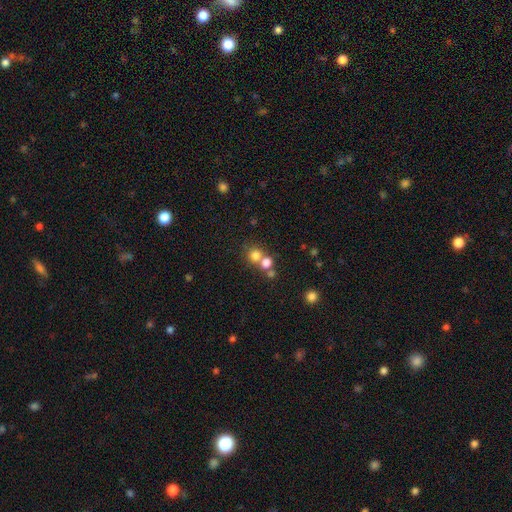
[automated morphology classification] Smooth or featured: smooth — 75% (star or artifact — 15%)
How rounded: round — 84% (in between — 15%)
Merging: none — 47% (merger — 43%)